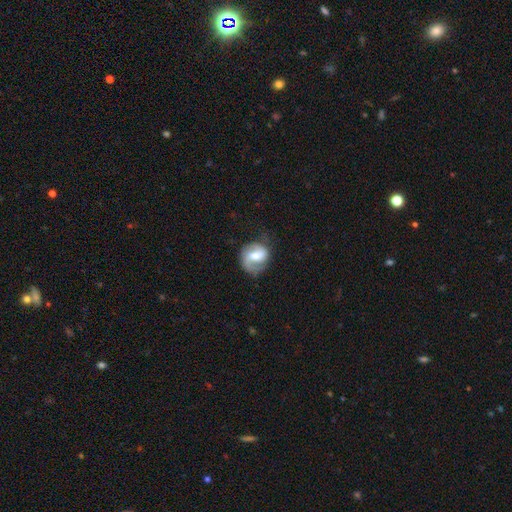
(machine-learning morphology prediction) Smooth or featured? Predicted: featured or disk (p=0.69). Edge-on disk? Predicted: no (p=0.97). Bar? Predicted: weak (p=0.50). Spiral arms? Predicted: yes (p=0.90). Spiral winding? Predicted: medium (p=0.45). Spiral arm count? Predicted: 2 (p=0.72). Bulge size? Predicted: moderate (p=0.60). Merging? Predicted: none (p=0.63).